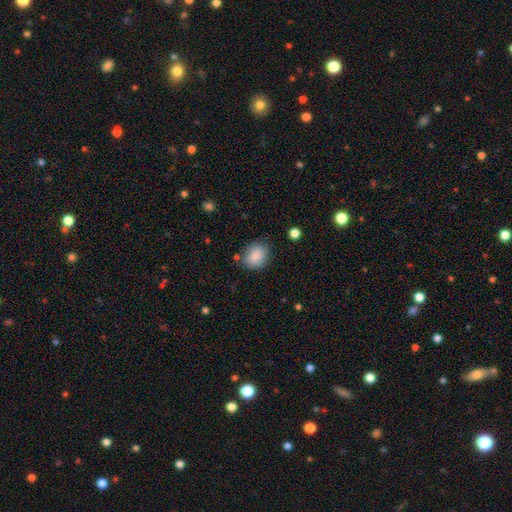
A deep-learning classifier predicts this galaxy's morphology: Smooth or featured? Predicted: smooth (p=0.87). How rounded? Predicted: round (p=0.61). Merging? Predicted: none (p=0.76).